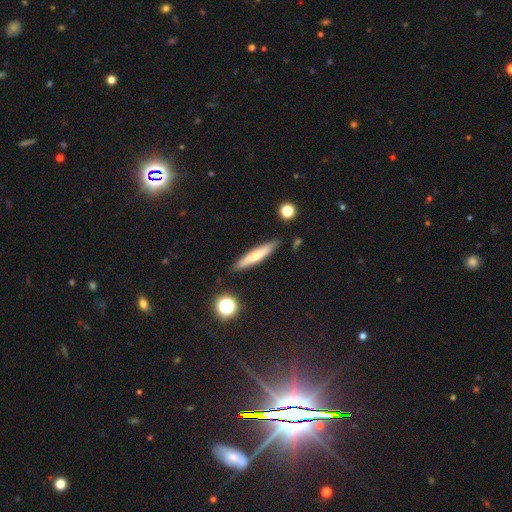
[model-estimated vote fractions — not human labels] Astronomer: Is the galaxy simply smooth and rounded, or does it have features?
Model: smooth — 59% (runner-up: featured or disk, 34%).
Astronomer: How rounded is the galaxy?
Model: cigar-shaped — 89%.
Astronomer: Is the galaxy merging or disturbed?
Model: none — 84%.